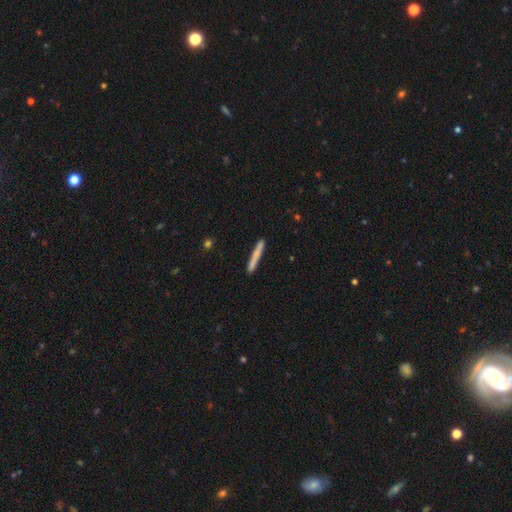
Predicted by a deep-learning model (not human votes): This is likely a smooth galaxy (69%). How rounded: clearly cigar-shaped (96%). Merging: clearly none (88%).